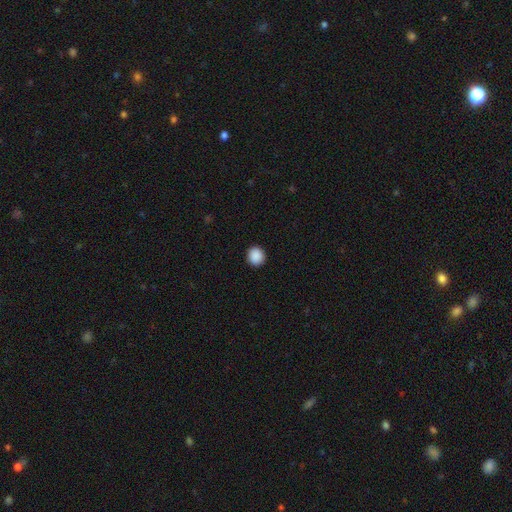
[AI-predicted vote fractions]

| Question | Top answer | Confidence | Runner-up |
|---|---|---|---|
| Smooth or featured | smooth | 90% | star or artifact (8%) |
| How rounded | round | 90% | in between (9%) |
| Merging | none | 92% | minor disturbance (5%) |